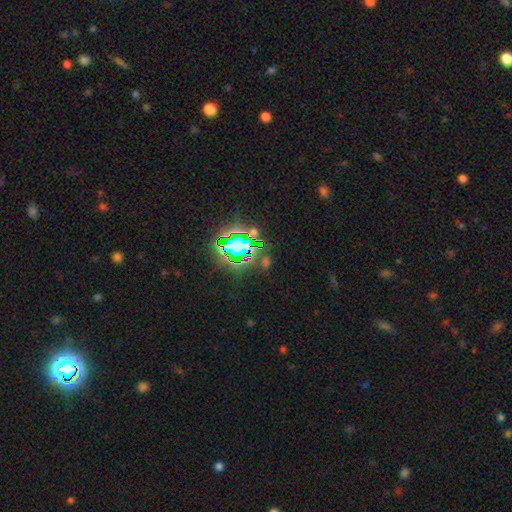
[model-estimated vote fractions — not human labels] Smooth or featured: star or artifact — 81% (smooth — 12%)